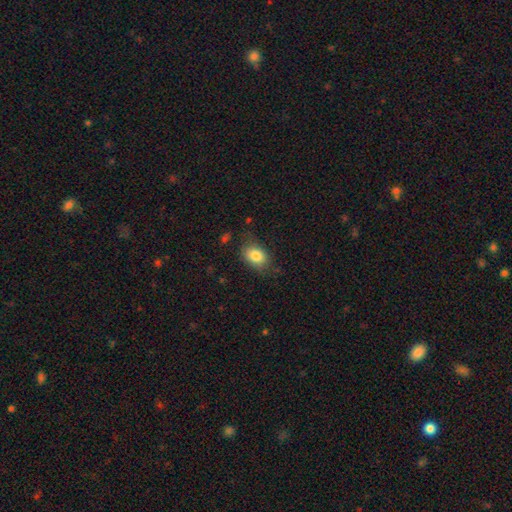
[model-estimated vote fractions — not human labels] Smooth or featured: smooth — 83% (featured or disk — 9%)
How rounded: in between — 79% (round — 20%)
Merging: none — 70% (minor disturbance — 22%)